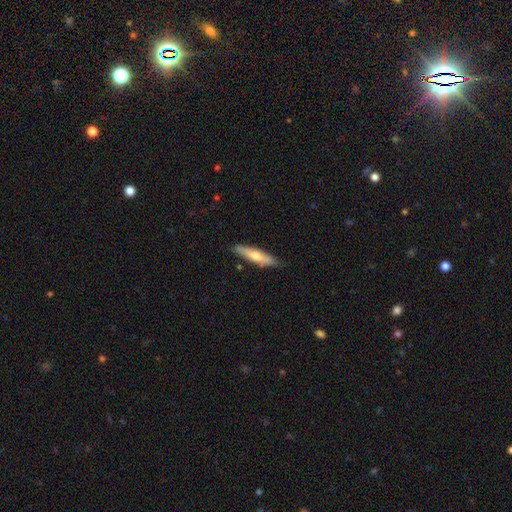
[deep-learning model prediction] This appears to be a smooth galaxy with no disk features (54%) that is cigar-shaped (83%). Merging: none (86%).